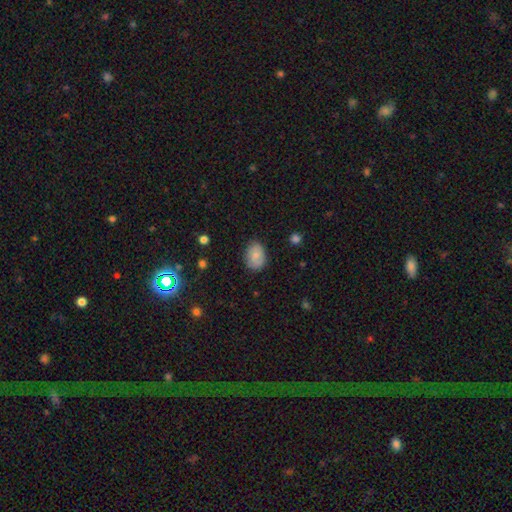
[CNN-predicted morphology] type=smooth (77%); roundness=in between (78%); merging=none (80%).